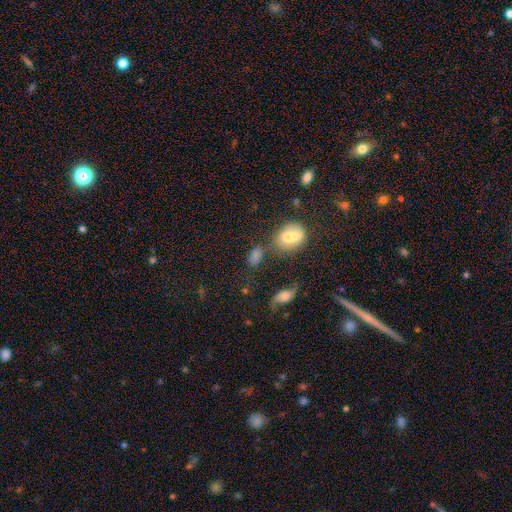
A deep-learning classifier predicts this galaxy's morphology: Smooth or featured? Predicted: smooth (p=0.63). How rounded? Predicted: in between (p=0.69). Merging? Predicted: none (p=0.55).